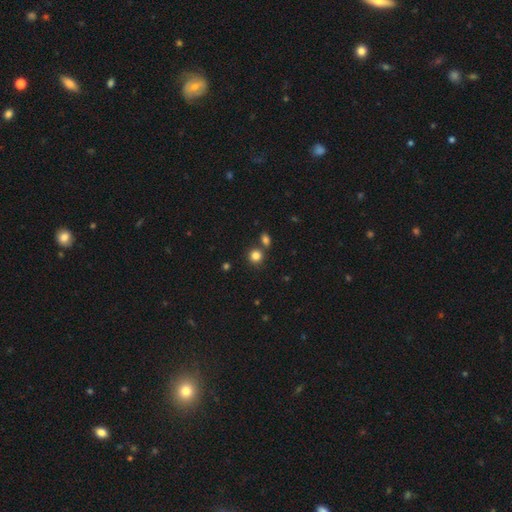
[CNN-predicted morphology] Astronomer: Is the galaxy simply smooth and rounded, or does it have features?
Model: smooth — 83%.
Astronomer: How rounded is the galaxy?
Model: round — 86%.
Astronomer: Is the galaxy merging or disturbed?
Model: none — 70%.